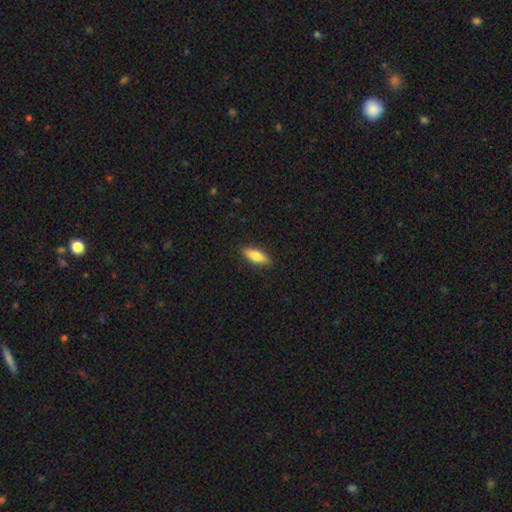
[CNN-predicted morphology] smooth_or_featured: smooth (p=0.73) [alt: featured or disk p=0.21]
how_rounded: in between (p=0.60) [alt: cigar-shaped p=0.38]
merging: none (p=0.88) [alt: minor disturbance p=0.09]